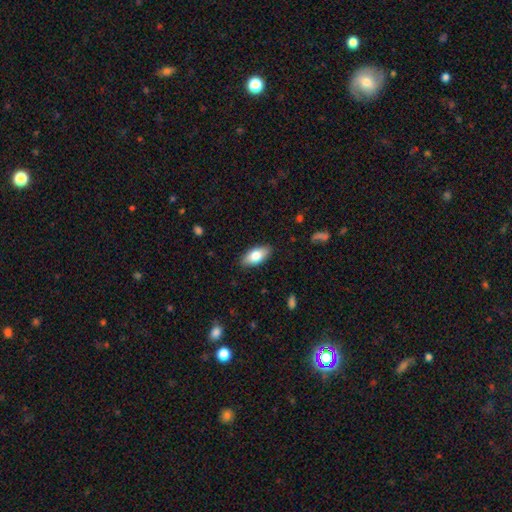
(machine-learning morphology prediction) This appears to be a smooth galaxy with no disk features (77%) that is in between round and cigar-shaped (89%). Merging: none (88%).